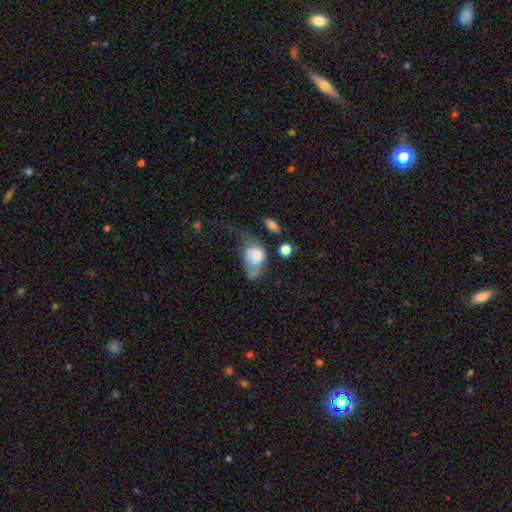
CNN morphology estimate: Smooth or featured? Predicted: smooth (p=0.66). How rounded? Predicted: in between (p=0.69). Merging? Predicted: major disturbance (p=0.42).